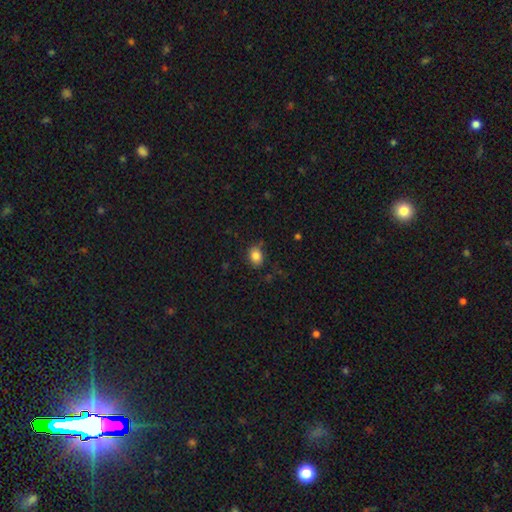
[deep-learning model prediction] Q: Smooth or featured?
A: smooth (84%); runner-up: star or artifact (10%)
Q: How rounded?
A: in between (63%); runner-up: round (36%)
Q: Merging?
A: none (78%); runner-up: minor disturbance (15%)